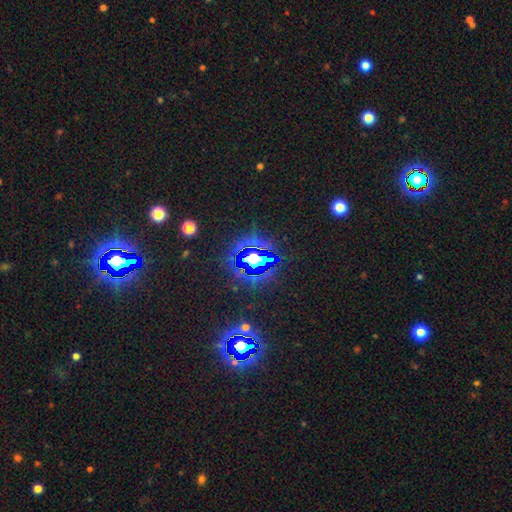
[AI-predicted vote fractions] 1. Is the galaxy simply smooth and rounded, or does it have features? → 82% star or artifact, 10% smooth, 7% featured or disk.